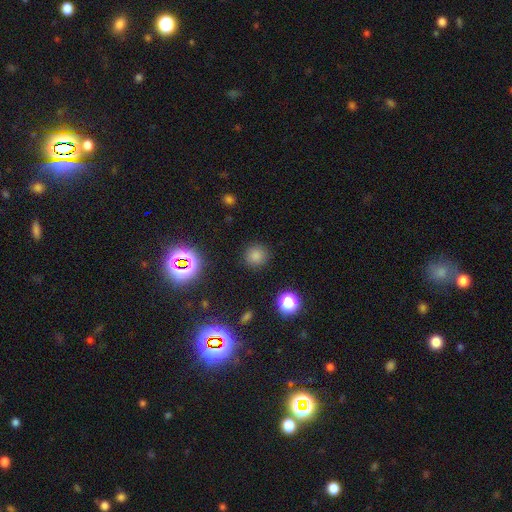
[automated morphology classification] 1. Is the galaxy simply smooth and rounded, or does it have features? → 77% smooth, 18% star or artifact, 5% featured or disk.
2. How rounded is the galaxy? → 91% round, 8% in between, 1% cigar-shaped.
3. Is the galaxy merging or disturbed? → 88% none, 7% minor disturbance, 3% major disturbance, 2% merger.